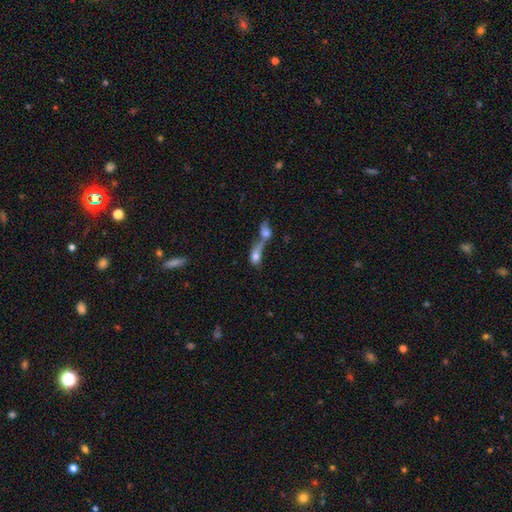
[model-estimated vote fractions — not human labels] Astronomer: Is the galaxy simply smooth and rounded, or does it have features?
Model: smooth — 69%.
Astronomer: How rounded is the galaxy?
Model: in between — 68%.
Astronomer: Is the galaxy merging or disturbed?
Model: merger — 79%.